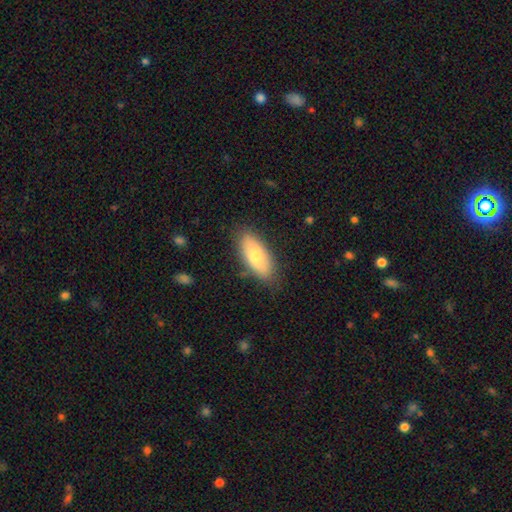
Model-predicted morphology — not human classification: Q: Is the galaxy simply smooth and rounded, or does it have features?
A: smooth — 71%.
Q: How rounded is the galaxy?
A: in between — 86%.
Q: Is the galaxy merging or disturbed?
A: none — 81%.